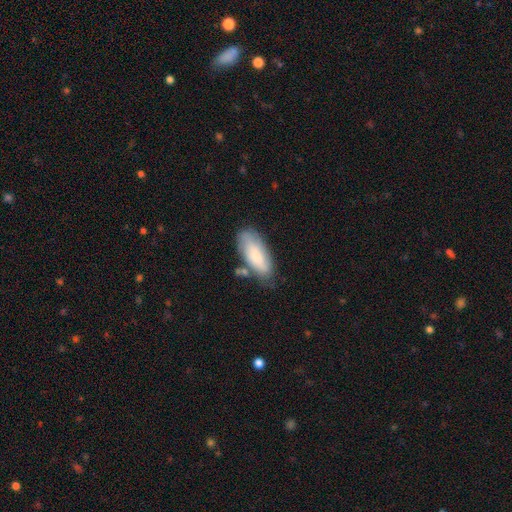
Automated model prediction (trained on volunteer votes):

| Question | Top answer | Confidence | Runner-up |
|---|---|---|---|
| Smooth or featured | smooth | 76% | featured or disk (18%) |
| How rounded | in between | 82% | cigar-shaped (16%) |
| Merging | none | 61% | minor disturbance (25%) |